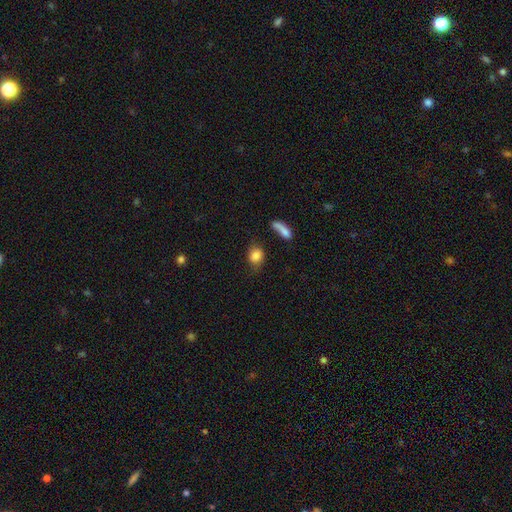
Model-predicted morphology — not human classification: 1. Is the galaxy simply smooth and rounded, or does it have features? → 83% smooth, 9% star or artifact, 8% featured or disk.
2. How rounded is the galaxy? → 55% in between, 43% round, 3% cigar-shaped.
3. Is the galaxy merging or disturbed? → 65% none, 18% minor disturbance, 9% merger, 7% major disturbance.